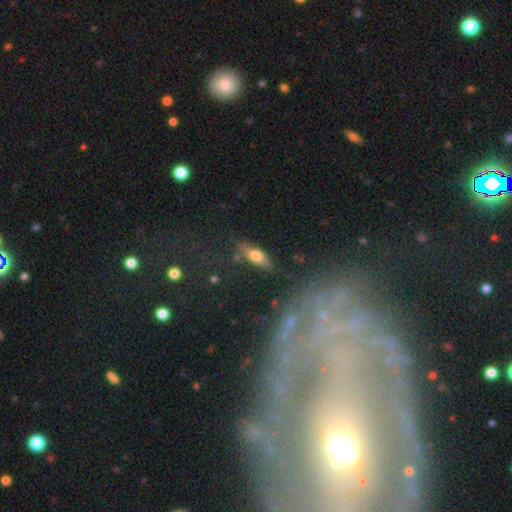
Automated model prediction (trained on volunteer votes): This is likely a smooth galaxy (66%). How rounded: likely in between (68%). Merging: likely none (72%).